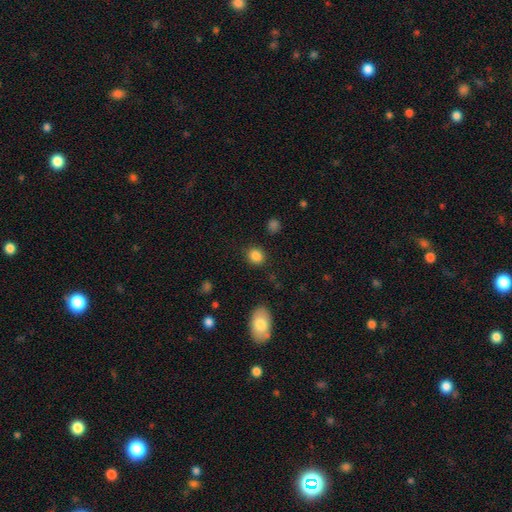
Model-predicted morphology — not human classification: Smooth or featured? Predicted: smooth (p=0.86). How rounded? Predicted: round (p=0.69). Merging? Predicted: none (p=0.87).